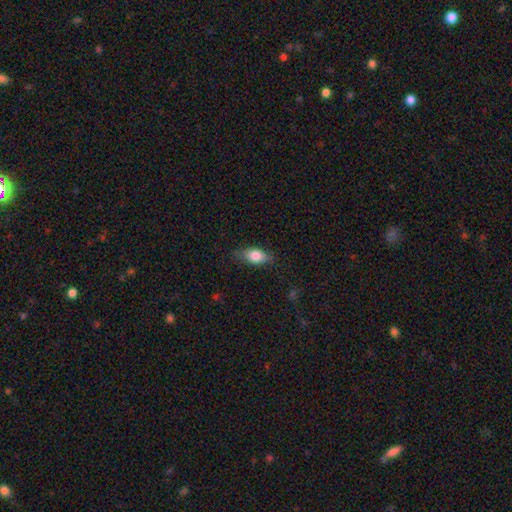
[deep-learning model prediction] smooth 74%, featured or disk 18%, star or artifact 8%. Down the decision tree: how rounded — in between (81%); merging — none (76%).